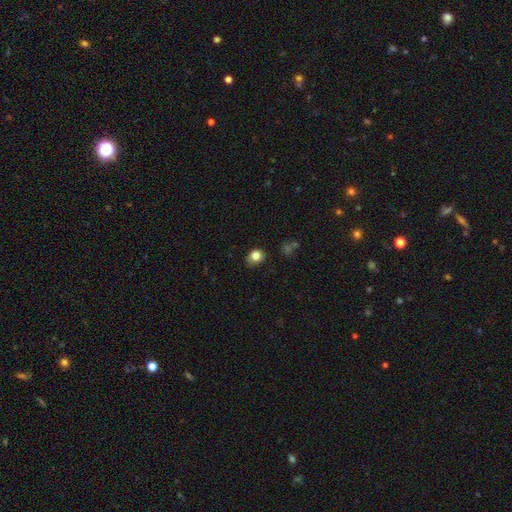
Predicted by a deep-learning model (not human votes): Q: Smooth or featured?
A: smooth (81%); runner-up: star or artifact (11%)
Q: How rounded?
A: round (54%); runner-up: in between (45%)
Q: Merging?
A: none (73%); runner-up: minor disturbance (21%)